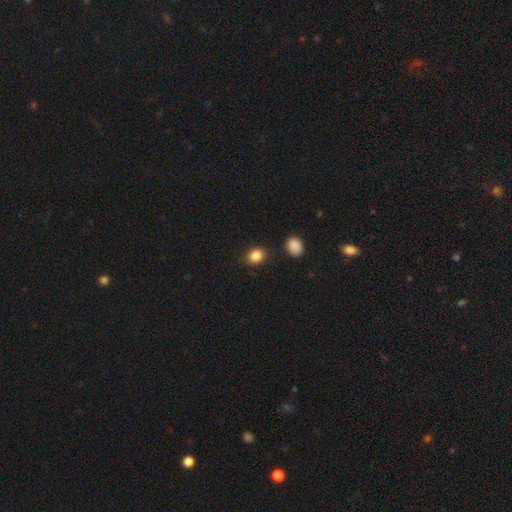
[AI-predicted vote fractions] Q: Smooth or featured?
A: smooth (86%); runner-up: star or artifact (10%)
Q: How rounded?
A: round (57%); runner-up: in between (43%)
Q: Merging?
A: none (86%); runner-up: minor disturbance (8%)